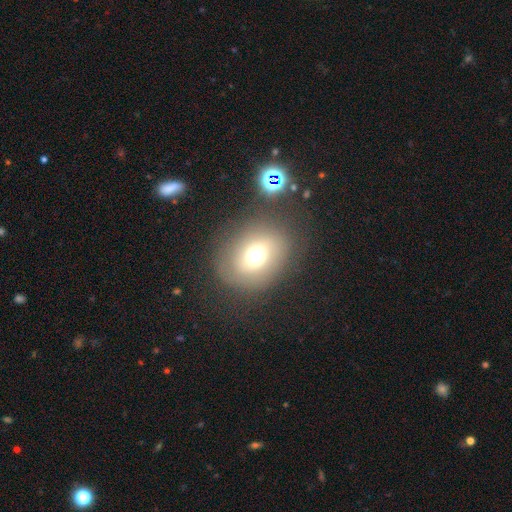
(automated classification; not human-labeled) This appears to be a smooth galaxy with no disk features (65%) that is round (60%). Merging: none (74%).